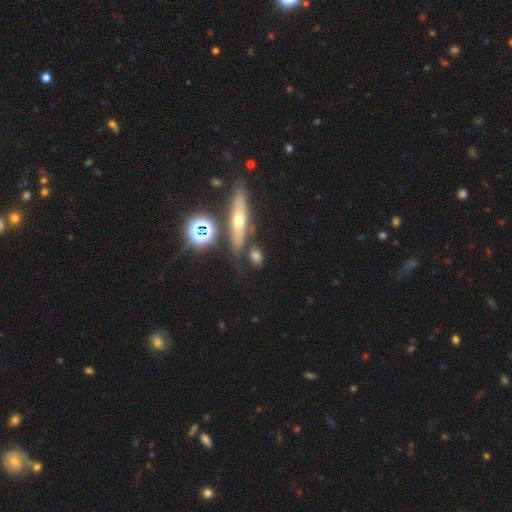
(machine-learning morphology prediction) Overall: smooth (64%). How rounded: in between (55%; round 29%). Merging: none (71%).